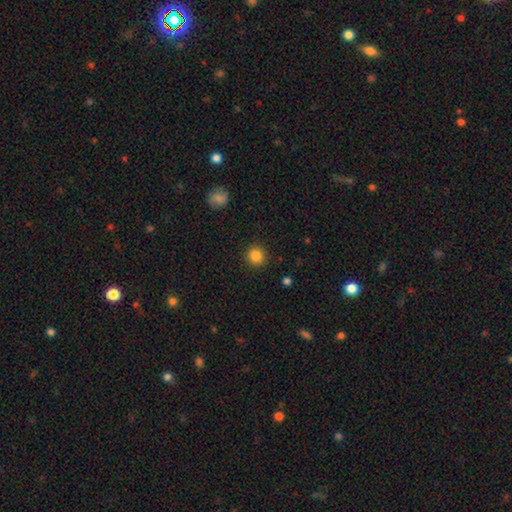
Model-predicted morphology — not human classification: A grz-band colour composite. It shows a smooth galaxy with no disk features (86%) that is round (91%). Merging: none (90%).